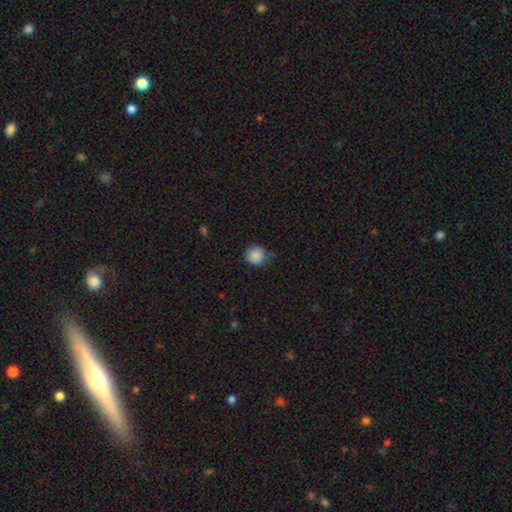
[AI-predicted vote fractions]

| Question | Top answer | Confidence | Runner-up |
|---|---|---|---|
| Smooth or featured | smooth | 88% | star or artifact (9%) |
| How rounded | round | 90% | in between (9%) |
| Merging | none | 71% | minor disturbance (23%) |